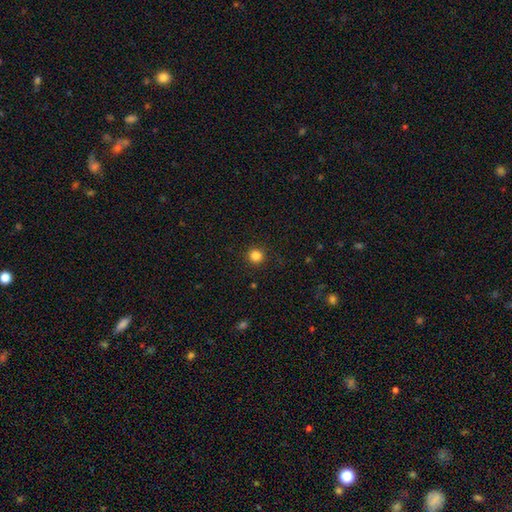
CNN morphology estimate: Smooth or featured?
  - smooth: 85% *
  - star or artifact: 12%
  - featured or disk: 4%
How rounded?
  - round: 95% *
  - in between: 4%
  - cigar-shaped: 1%
Merging?
  - none: 92% *
  - minor disturbance: 5%
  - major disturbance: 2%
  - merger: 1%